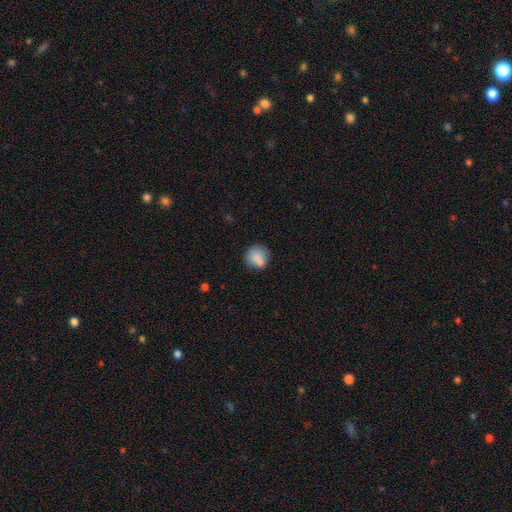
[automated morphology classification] smooth 81%, featured or disk 10%, star or artifact 9%. Down the decision tree: how rounded — round (84%); merging — none (65%).